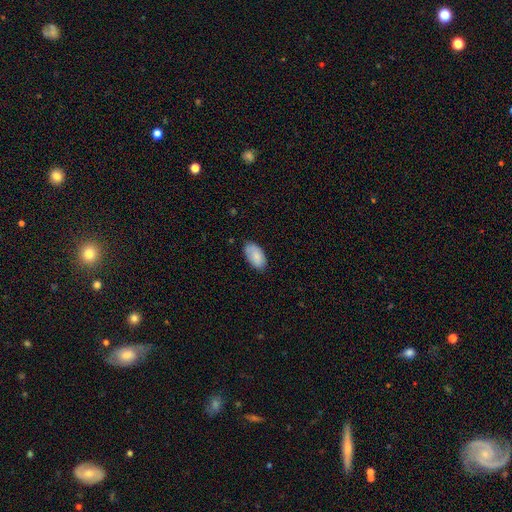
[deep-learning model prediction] A smooth galaxy with no disk features (85%) that is in between round and cigar-shaped (95%). Merging: none (74%).